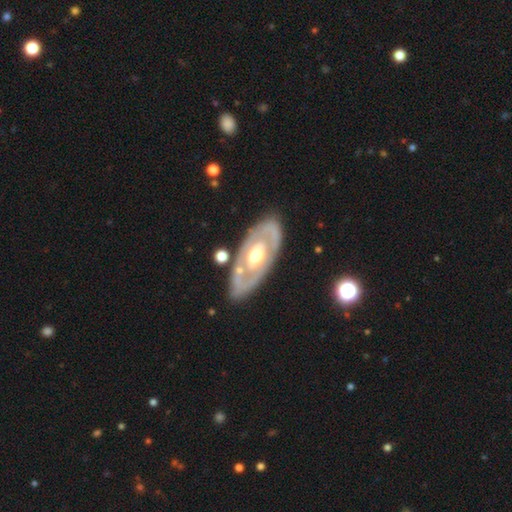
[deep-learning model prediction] A featured or disk galaxy (72%) with no bar (77%), no spiral arms (73%) and a moderate central bulge (71%). Merging: none (79%).